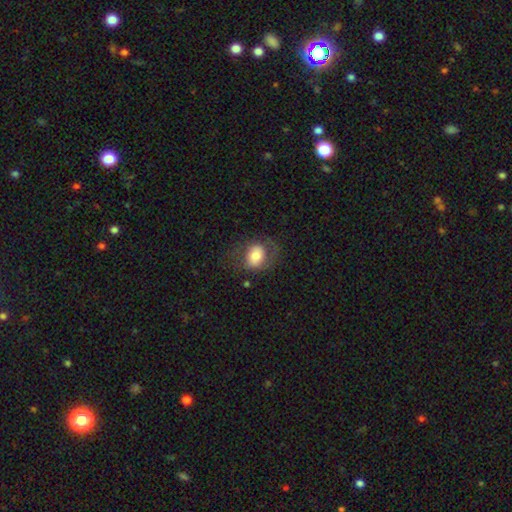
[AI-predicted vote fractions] Smooth or featured? smooth (66%)
How rounded? in between (60%)
Merging? none (56%)